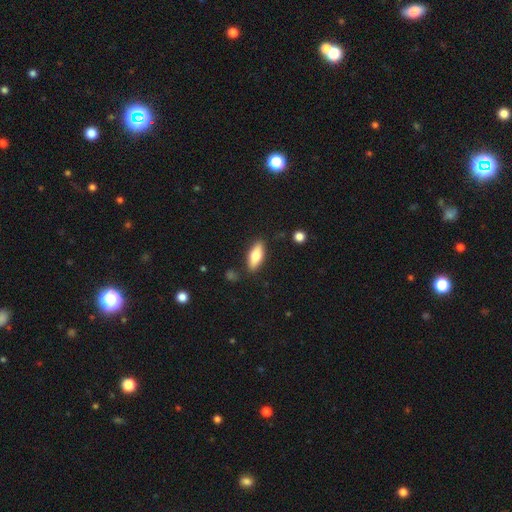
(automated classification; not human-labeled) Overall: smooth (69%). How rounded: in between (71%). Merging: none (85%).